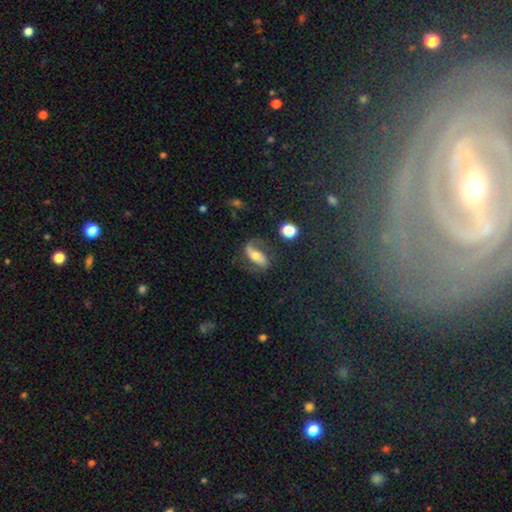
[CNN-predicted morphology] Q: Smooth or featured?
A: featured or disk (62%); runner-up: smooth (27%)
Q: Edge-on disk?
A: no (86%); runner-up: yes (14%)
Q: Bar?
A: strong (41%); runner-up: no (34%)
Q: Spiral arms?
A: yes (86%); runner-up: no (14%)
Q: Bulge size?
A: moderate (56%); runner-up: small (23%)
Q: Merging?
A: none (64%); runner-up: minor disturbance (18%)